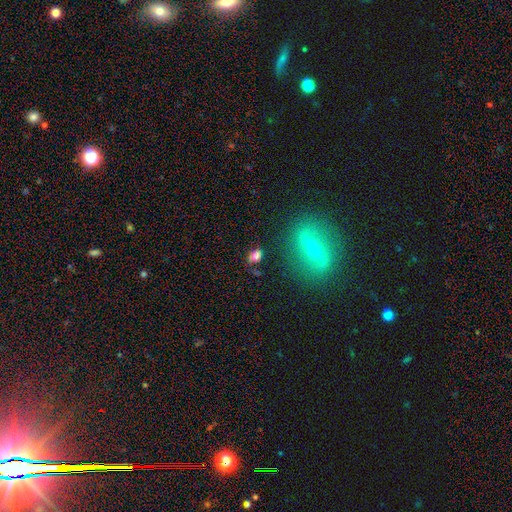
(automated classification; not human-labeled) This is likely a smooth galaxy (69%). How rounded: clearly in between (80%). Merging: likely none (72%).